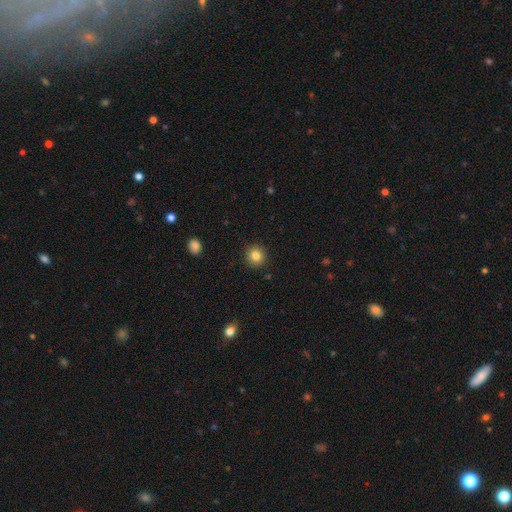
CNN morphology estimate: smooth_or_featured: smooth (p=0.83) [alt: star or artifact p=0.11]
how_rounded: round (p=0.93) [alt: in between p=0.06]
merging: none (p=0.92) [alt: minor disturbance p=0.05]